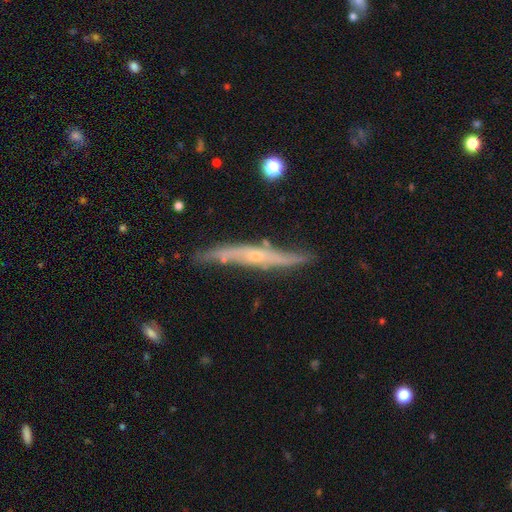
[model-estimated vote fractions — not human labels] Q: Smooth or featured?
A: featured or disk (77%); runner-up: smooth (17%)
Q: Edge-on disk?
A: yes (79%); runner-up: no (21%)
Q: Edge-on bulge?
A: rounded (65%); runner-up: none (30%)
Q: Merging?
A: none (69%); runner-up: minor disturbance (23%)